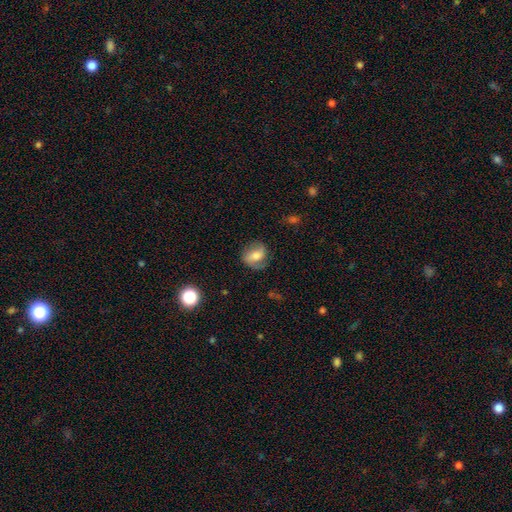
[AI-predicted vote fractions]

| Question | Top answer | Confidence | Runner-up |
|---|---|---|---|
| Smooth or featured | featured or disk | 50% | smooth (41%) |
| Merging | none | 72% | minor disturbance (18%) |